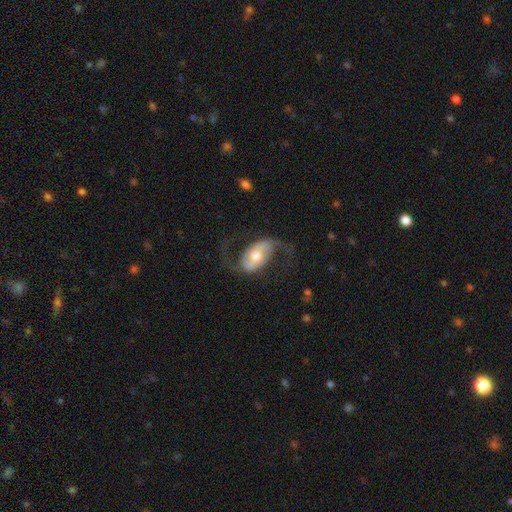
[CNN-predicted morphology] type=featured or disk (81%); edge-on=no (96%); bar=weak (37%); spiral arms=yes (92%); winding=loose (65%); arm count=2 (92%); bulge=moderate (69%); merging=none (68%).